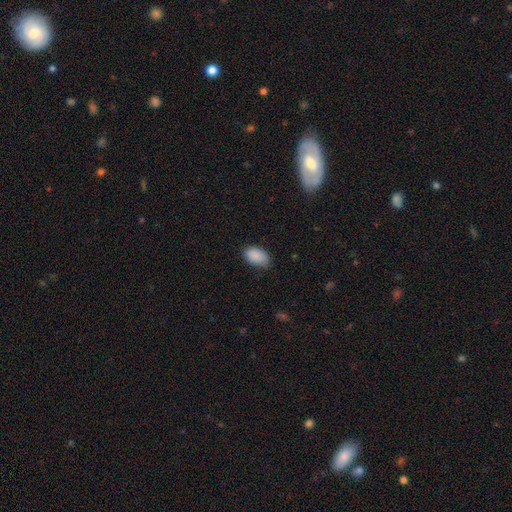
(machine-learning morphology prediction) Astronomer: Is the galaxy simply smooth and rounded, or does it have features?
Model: smooth — 89%.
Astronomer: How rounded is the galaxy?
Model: in between — 93%.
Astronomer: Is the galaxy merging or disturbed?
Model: none — 78%.